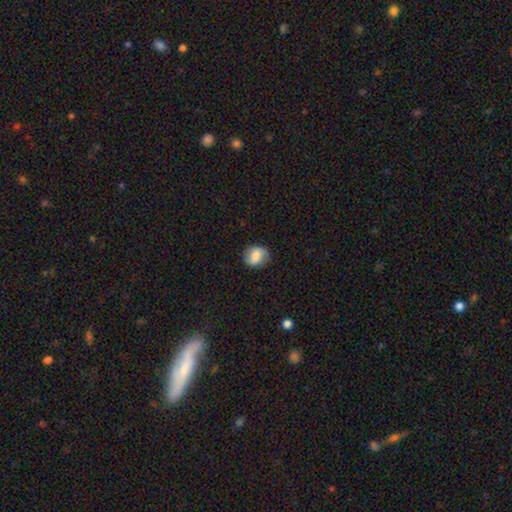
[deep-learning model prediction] This is likely a smooth galaxy (62%). How rounded: likely round (66%). Merging: clearly none (80%).